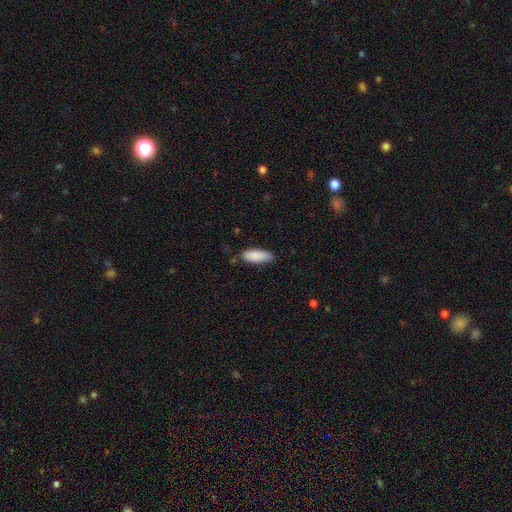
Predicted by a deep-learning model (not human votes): smooth_or_featured: smooth (p=0.89) [alt: star or artifact p=0.06]
how_rounded: in between (p=0.74) [alt: cigar-shaped p=0.25]
merging: none (p=0.77) [alt: minor disturbance p=0.18]